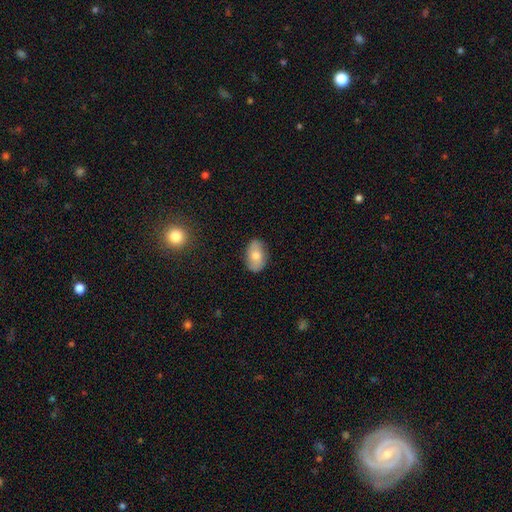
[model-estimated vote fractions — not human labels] Smooth or featured? Predicted: smooth (p=0.68). How rounded? Predicted: in between (p=0.88). Merging? Predicted: none (p=0.82).